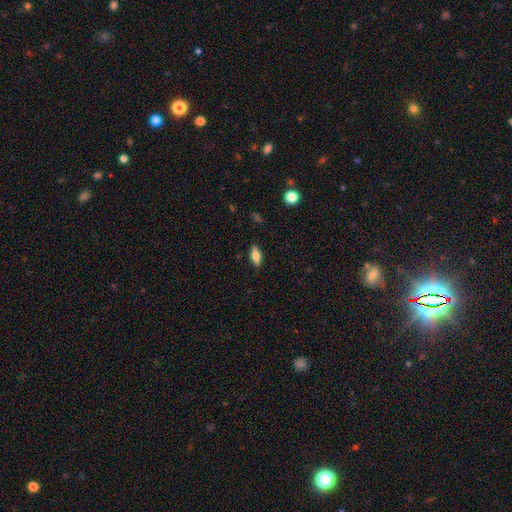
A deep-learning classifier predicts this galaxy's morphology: Q: Smooth or featured?
A: smooth (65%); runner-up: featured or disk (27%)
Q: How rounded?
A: in between (67%); runner-up: cigar-shaped (30%)
Q: Merging?
A: none (87%); runner-up: minor disturbance (9%)